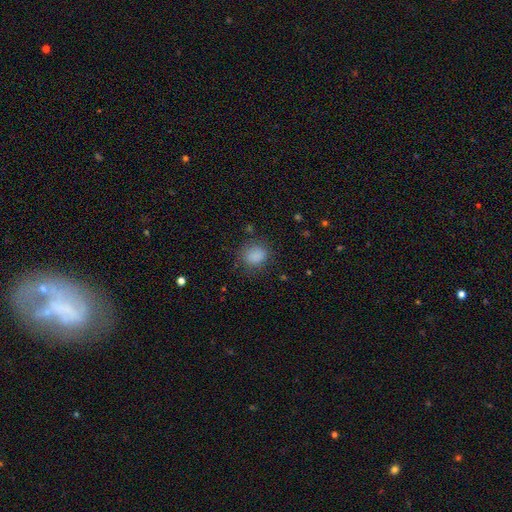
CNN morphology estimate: This is clearly a smooth galaxy (84%). How rounded: likely round (67%). Merging: likely none (77%).